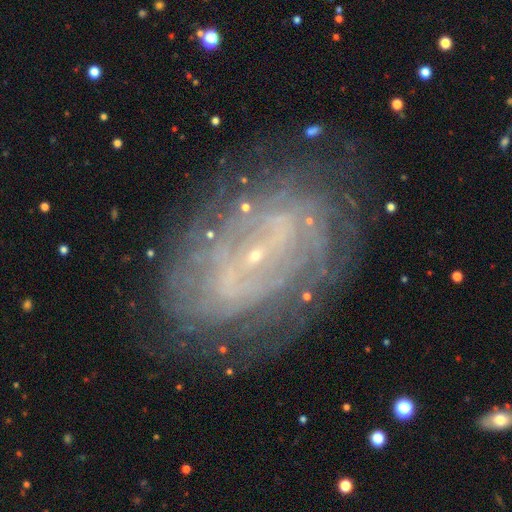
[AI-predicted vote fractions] Overall: featured or disk (77%). Edge-on disk: no (95%). Bar: no (43%; weak 36%). Spiral arms: yes (78%). Spiral arm count: can't tell (47%; 2 29%). Spiral winding: tight (54%; medium 30%). Bulge size: small (84%). Merging: none (75%).